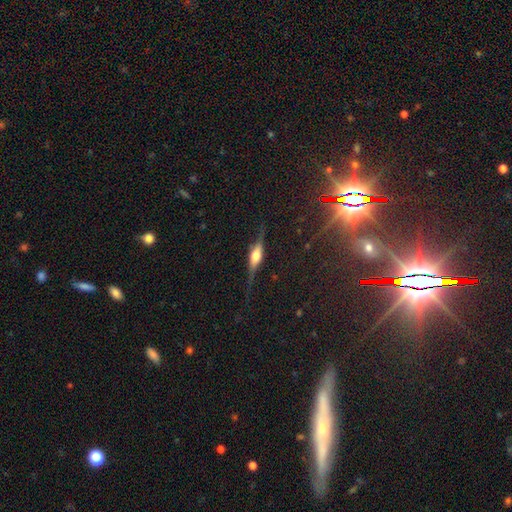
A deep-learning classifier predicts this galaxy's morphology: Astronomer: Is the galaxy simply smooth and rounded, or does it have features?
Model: featured or disk — 70%.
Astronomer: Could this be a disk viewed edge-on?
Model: yes — 93%.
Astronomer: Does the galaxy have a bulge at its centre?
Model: rounded — 86%.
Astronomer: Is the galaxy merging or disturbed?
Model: none — 77%.